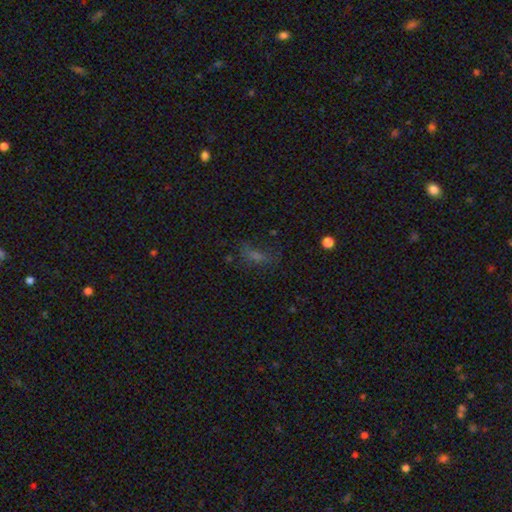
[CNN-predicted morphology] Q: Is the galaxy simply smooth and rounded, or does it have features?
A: smooth — 50%.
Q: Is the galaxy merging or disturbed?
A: none — 49%.